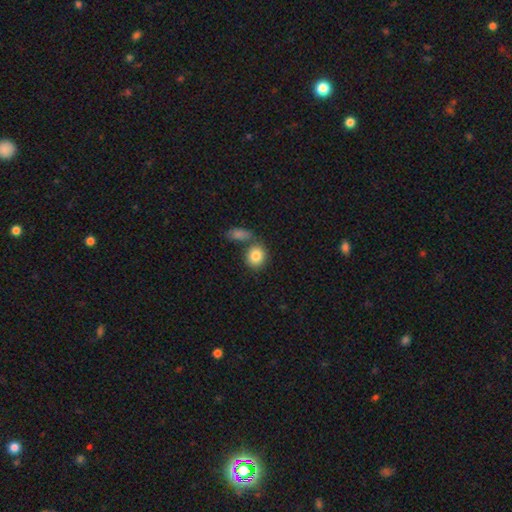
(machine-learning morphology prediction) smooth 84%, star or artifact 8%, featured or disk 8%. Down the decision tree: how rounded — round (71%); merging — none (59%).